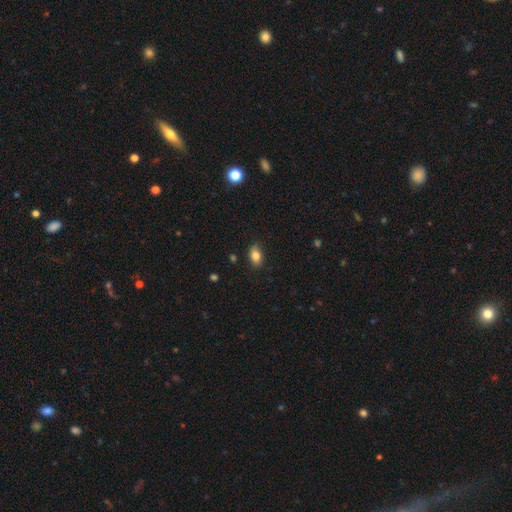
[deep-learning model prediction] A smooth galaxy with no disk features (82%) that is in between round and cigar-shaped (87%). Merging: none (84%).